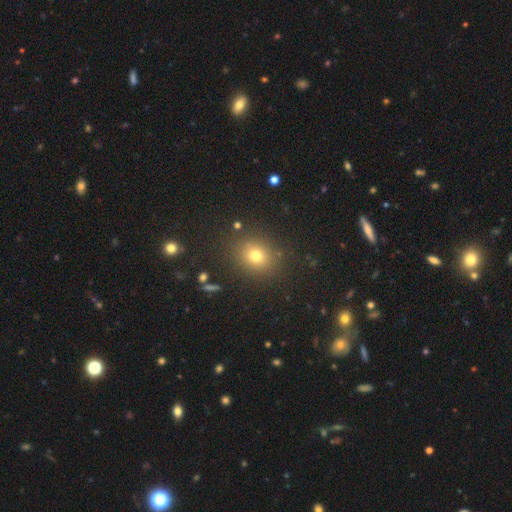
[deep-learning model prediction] This appears to be a smooth galaxy with no disk features (73%) that is round (70%). Merging: none (87%).